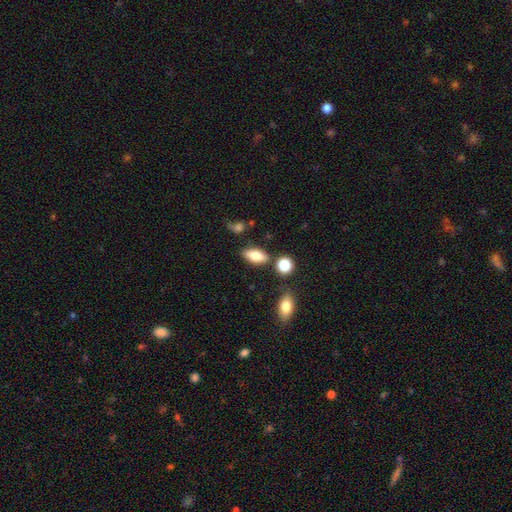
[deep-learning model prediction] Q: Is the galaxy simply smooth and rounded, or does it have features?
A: smooth — 81%.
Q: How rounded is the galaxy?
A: in between — 85%.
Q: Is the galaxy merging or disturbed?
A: none — 76%.